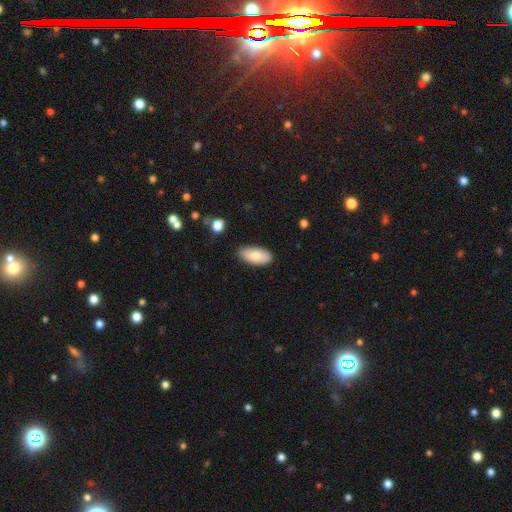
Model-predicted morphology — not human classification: This is likely a smooth galaxy (80%). How rounded: clearly in between (92%). Merging: clearly none (84%).